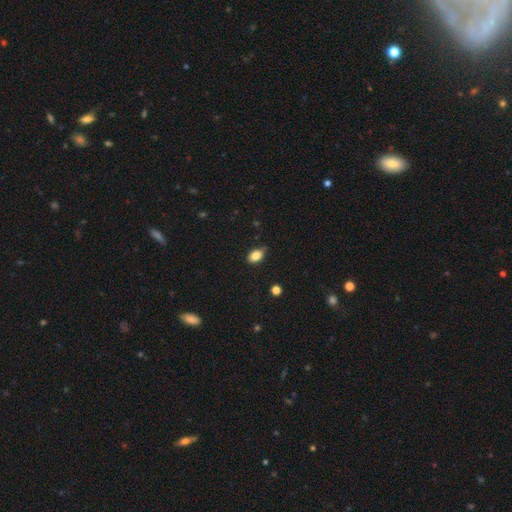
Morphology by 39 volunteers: This appears to be a smooth galaxy with no disk features (85%) that is in between round and cigar-shaped (91%). Merging: none (67%).